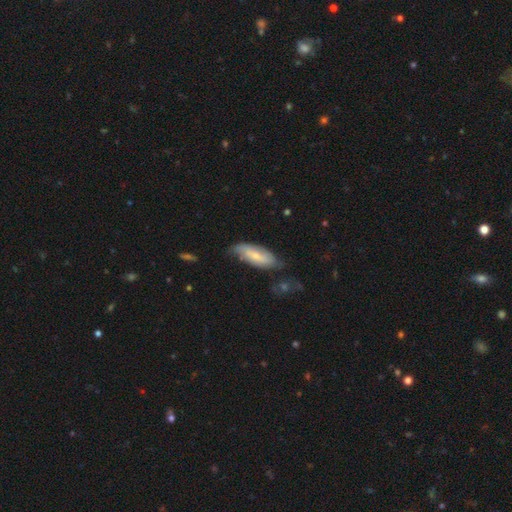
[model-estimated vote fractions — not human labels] Smooth or featured?
  - smooth: 53% *
  - featured or disk: 40%
  - star or artifact: 6%
How rounded?
  - in between: 73% *
  - cigar-shaped: 25%
  - round: 2%
Merging?
  - none: 55% *
  - minor disturbance: 32%
  - major disturbance: 10%
  - merger: 3%